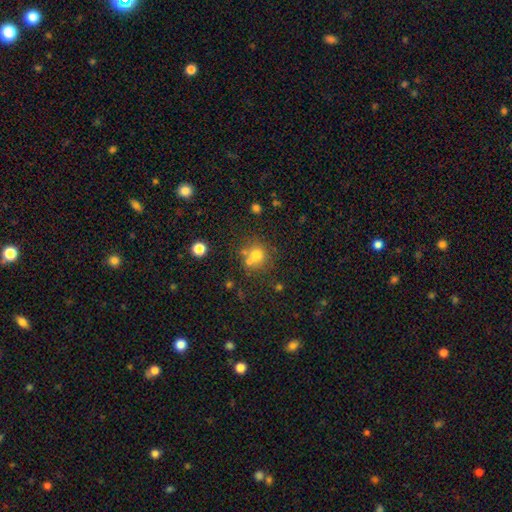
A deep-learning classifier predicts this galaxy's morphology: A smooth galaxy with no disk features (71%) that is round (87%). Merging: none (60%).